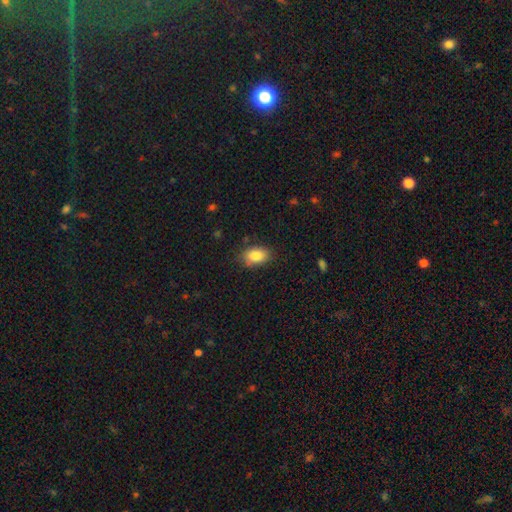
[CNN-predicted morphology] Smooth or featured?
  - smooth: 85% *
  - star or artifact: 8%
  - featured or disk: 7%
How rounded?
  - in between: 87% *
  - round: 12%
  - cigar-shaped: 1%
Merging?
  - none: 80% *
  - minor disturbance: 15%
  - major disturbance: 3%
  - merger: 1%